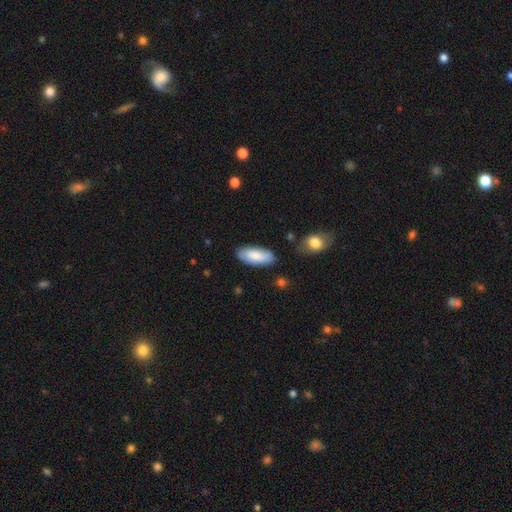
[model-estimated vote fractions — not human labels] smooth 85%, featured or disk 10%, star or artifact 5%. Down the decision tree: how rounded — in between (85%); merging — none (83%).